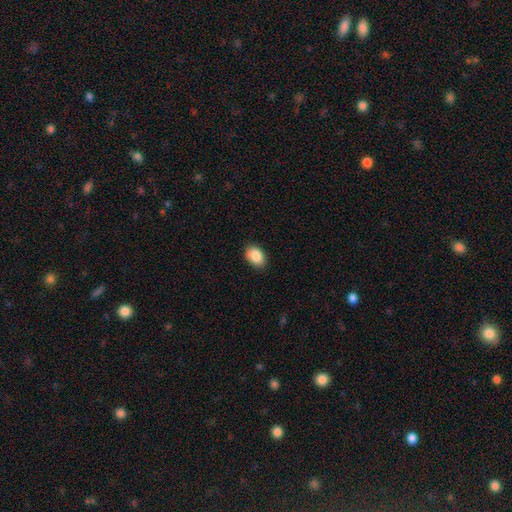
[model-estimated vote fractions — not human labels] smooth 88%, star or artifact 8%, featured or disk 5%. Down the decision tree: how rounded — in between (81%); merging — none (85%).